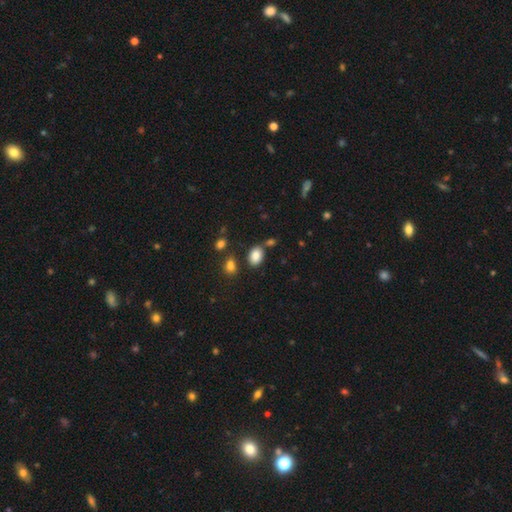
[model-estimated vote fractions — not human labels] A smooth galaxy with no disk features (85%) that is in between round and cigar-shaped (83%). Merging: none (73%).